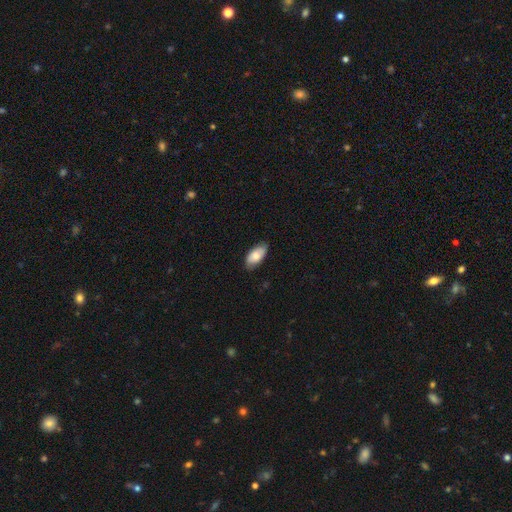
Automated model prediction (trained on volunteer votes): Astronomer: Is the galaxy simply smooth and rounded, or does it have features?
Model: smooth — 75%.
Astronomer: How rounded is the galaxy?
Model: in between — 92%.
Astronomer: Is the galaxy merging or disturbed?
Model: none — 82%.